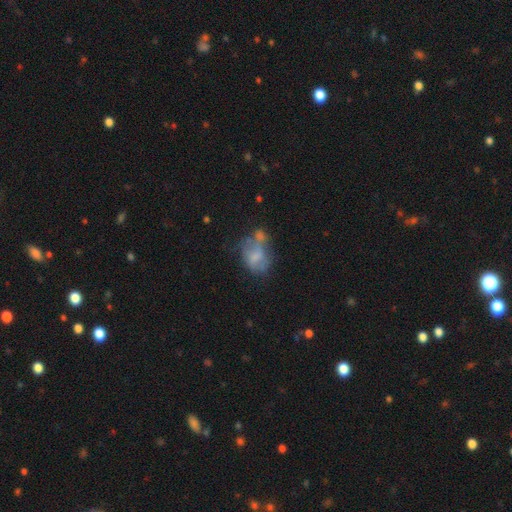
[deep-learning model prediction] This appears to be a smooth galaxy with no disk features (51%) that is in between round and cigar-shaped (70%). Merging: merger (31%).